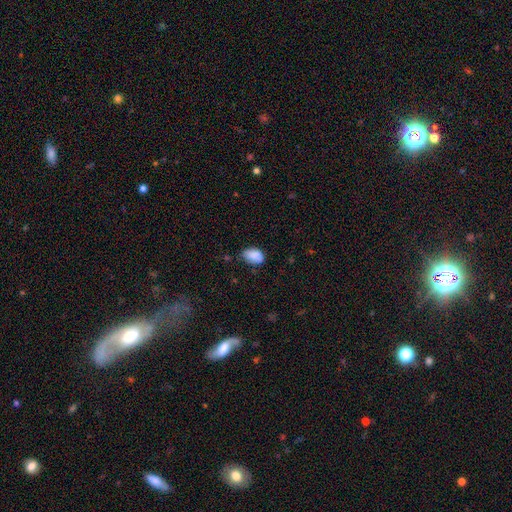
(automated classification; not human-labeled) smooth 87%, star or artifact 8%, featured or disk 6%. Down the decision tree: how rounded — in between (85%); merging — none (59%).